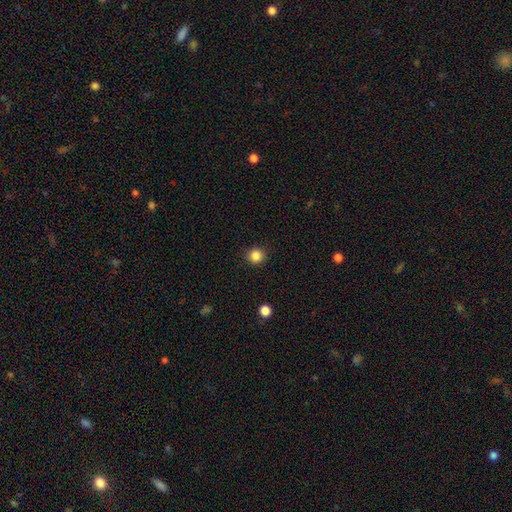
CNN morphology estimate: A smooth galaxy with no disk features (86%) that is round (92%).

Vote fractions:
- Smooth or featured? smooth: 86% / star or artifact: 11% / featured or disk: 4%
- How rounded? round: 92% / in between: 7% / cigar-shaped: 1%
- Merging? none: 90% / minor disturbance: 7% / major disturbance: 2% / merger: 1%